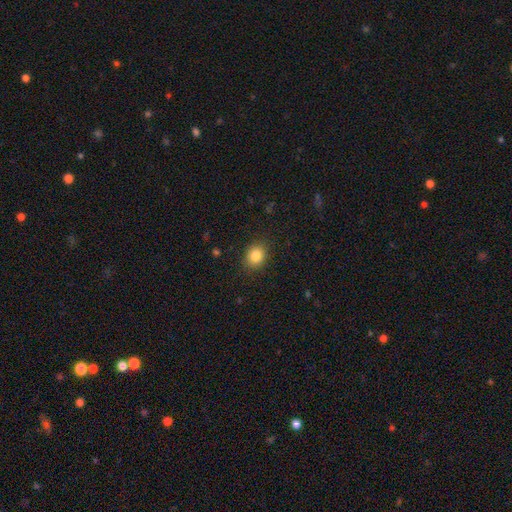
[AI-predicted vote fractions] Smooth or featured: smooth — 84% (star or artifact — 10%)
How rounded: round — 55% (in between — 44%)
Merging: none — 87% (minor disturbance — 9%)